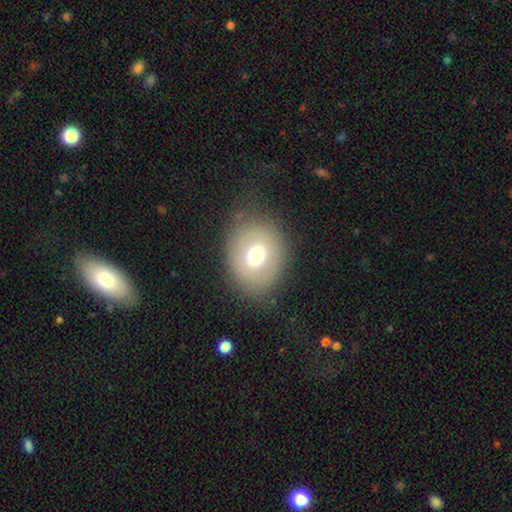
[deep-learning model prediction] A smooth galaxy with no disk features (65%) that is round (55%).

Vote fractions:
- Smooth or featured? smooth: 65% / featured or disk: 22% / star or artifact: 13%
- How rounded? round: 55% / in between: 44% / cigar-shaped: 1%
- Merging? none: 80% / minor disturbance: 12% / major disturbance: 7% / merger: 2%